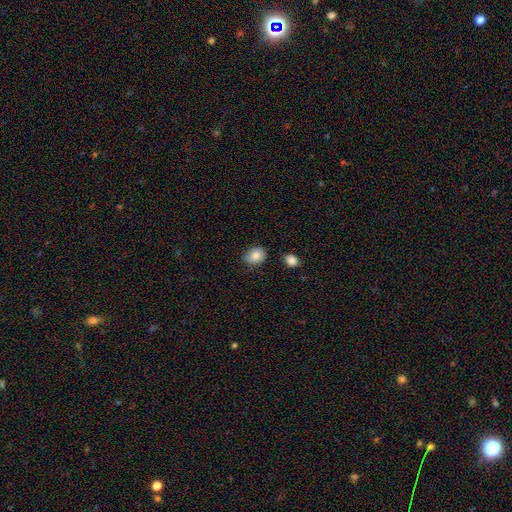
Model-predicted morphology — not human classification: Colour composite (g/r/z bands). It shows a smooth galaxy with no disk features (84%) that is round (52%). Merging: none (76%).